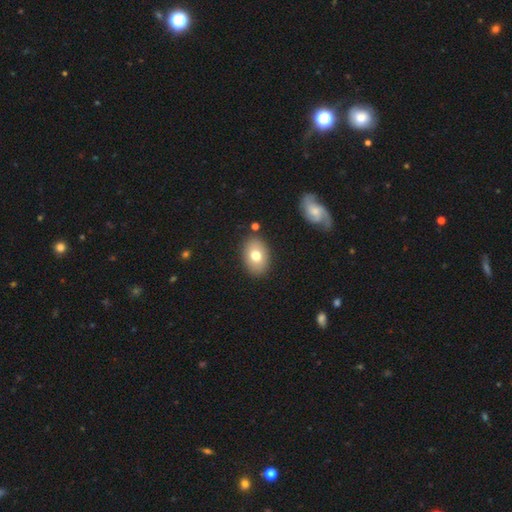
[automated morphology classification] Smooth or featured: smooth — 73% (featured or disk — 19%)
How rounded: in between — 82% (round — 17%)
Merging: none — 85% (minor disturbance — 10%)